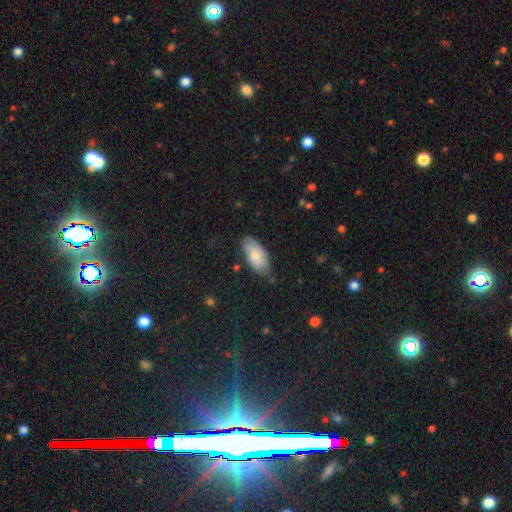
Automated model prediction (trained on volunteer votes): Smooth or featured? Predicted: smooth (p=0.73). How rounded? Predicted: in between (p=0.92). Merging? Predicted: none (p=0.72).